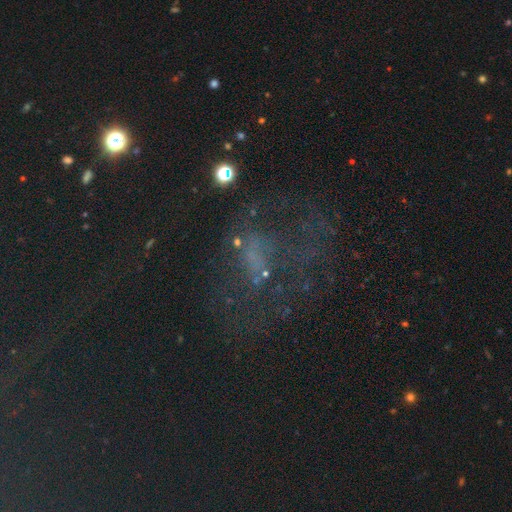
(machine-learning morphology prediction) Smooth or featured: star or artifact — 44% (featured or disk — 34%)